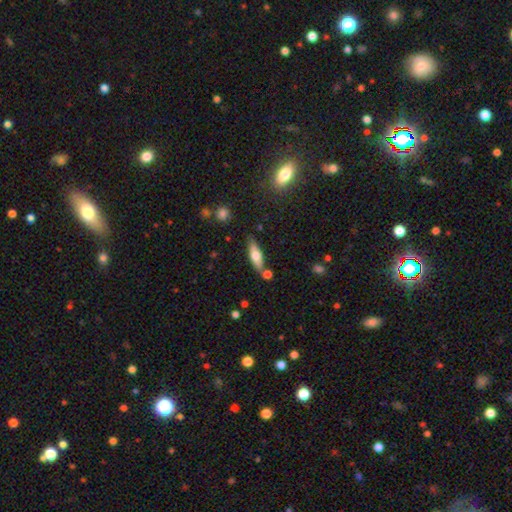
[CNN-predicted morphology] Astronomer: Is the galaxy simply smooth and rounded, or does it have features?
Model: smooth — 57% (runner-up: featured or disk, 36%).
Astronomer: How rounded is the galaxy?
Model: cigar-shaped — 49% (runner-up: in between, 48%).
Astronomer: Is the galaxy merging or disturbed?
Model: none — 72%.